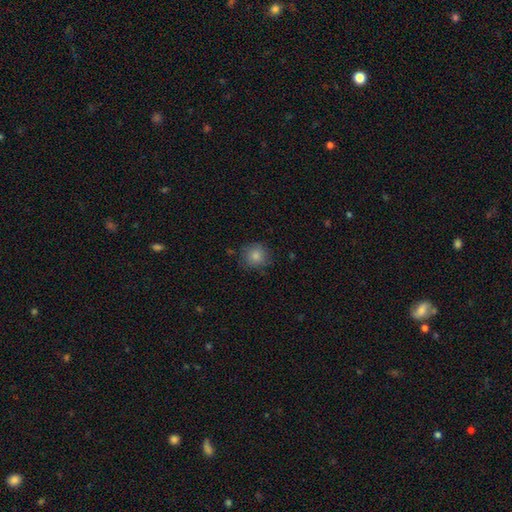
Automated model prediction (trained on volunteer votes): smooth-or-featured: smooth: 83% | star or artifact: 9% | featured or disk: 8%
  how-rounded: round: 90% | in between: 9% | cigar-shaped: 1%
  merging: none: 79% | minor disturbance: 15% | major disturbance: 4% | merger: 2%